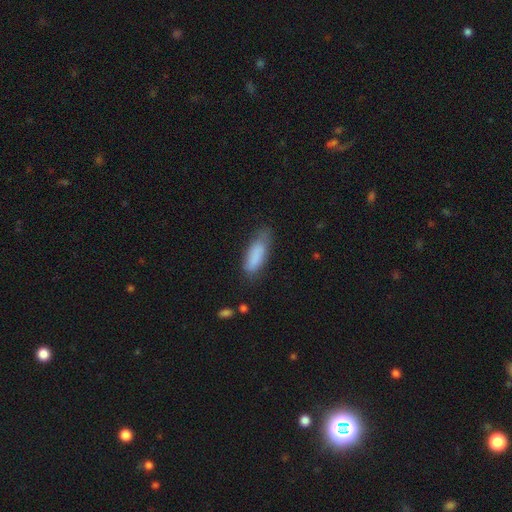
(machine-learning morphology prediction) A smooth galaxy with no disk features (84%) that is in between round and cigar-shaped (63%).

Vote fractions:
- Smooth or featured? smooth: 84% / featured or disk: 9% / star or artifact: 7%
- How rounded? in between: 63% / cigar-shaped: 35% / round: 2%
- Merging? none: 60% / minor disturbance: 29% / major disturbance: 9% / merger: 3%